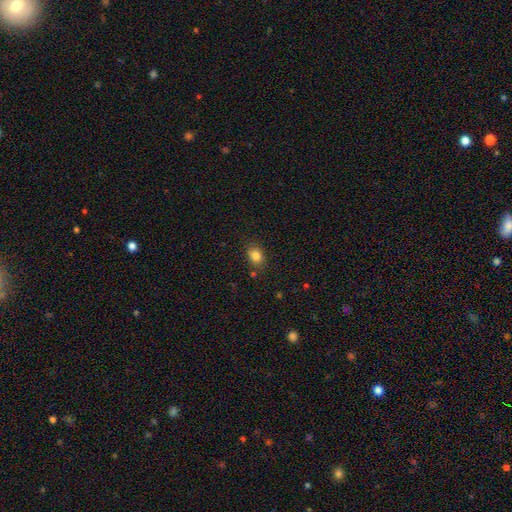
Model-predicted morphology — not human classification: Overall: smooth (83%). How rounded: in between (59%; round 40%). Merging: none (79%).